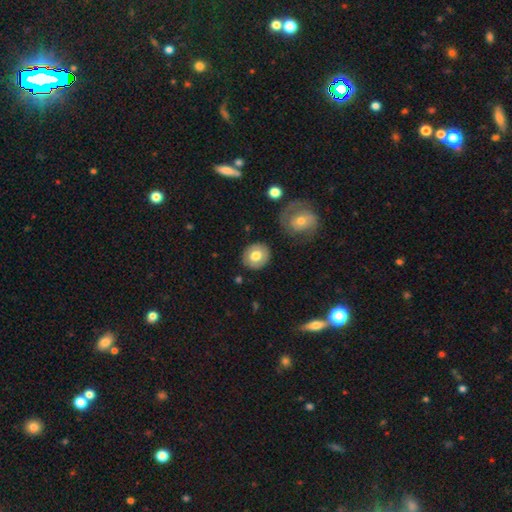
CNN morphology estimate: Smooth or featured? smooth (69%)
How rounded? round (80%)
Merging? none (86%)